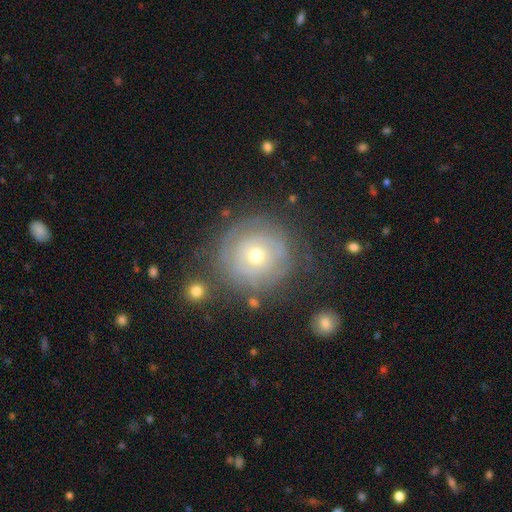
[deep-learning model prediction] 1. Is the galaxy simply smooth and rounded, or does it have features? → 63% featured or disk, 28% smooth, 9% star or artifact.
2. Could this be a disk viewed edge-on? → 97% no, 3% yes.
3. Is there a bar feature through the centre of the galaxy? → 85% no, 12% weak, 3% strong.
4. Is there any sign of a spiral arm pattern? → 73% yes, 27% no.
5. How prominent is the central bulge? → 55% moderate, 40% small, 3% large, 1% dominant, 1% none.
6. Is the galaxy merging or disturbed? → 76% none, 14% minor disturbance, 8% major disturbance, 3% merger.